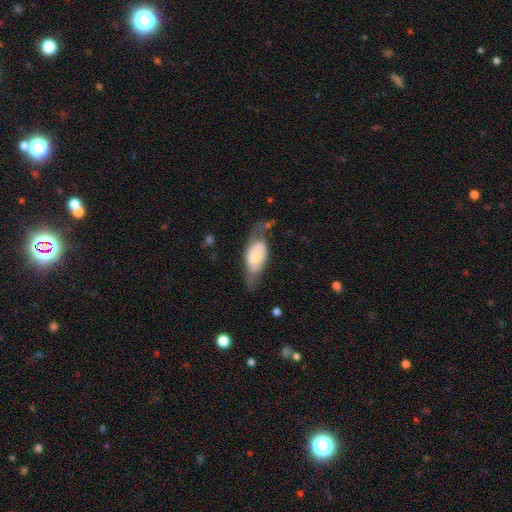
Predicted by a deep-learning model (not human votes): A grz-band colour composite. It shows a smooth galaxy with no disk features (51%) that is in between round and cigar-shaped (84%). Merging: none (46%).